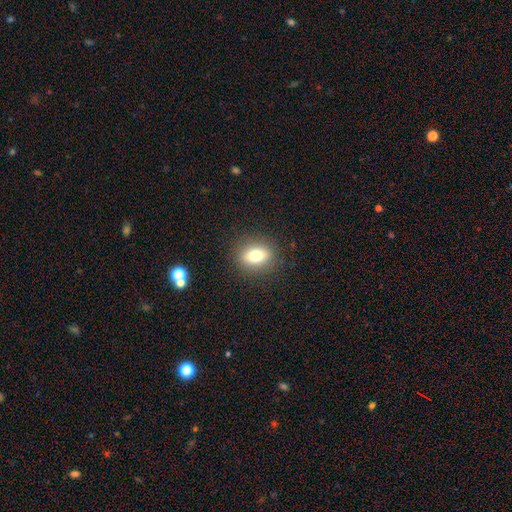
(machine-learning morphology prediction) Smooth or featured?
  - smooth: 75% *
  - featured or disk: 14%
  - star or artifact: 11%
How rounded?
  - in between: 60% *
  - round: 37%
  - cigar-shaped: 3%
Merging?
  - none: 88% *
  - minor disturbance: 8%
  - major disturbance: 3%
  - merger: 1%